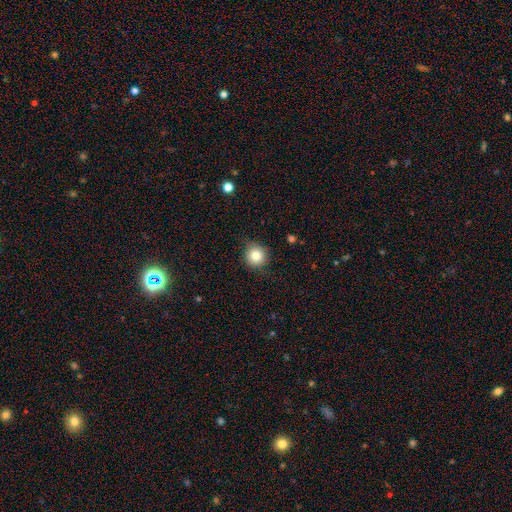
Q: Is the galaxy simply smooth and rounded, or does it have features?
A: smooth — 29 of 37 (78%).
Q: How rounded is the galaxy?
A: round — 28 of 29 (97%).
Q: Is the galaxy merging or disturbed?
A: none — 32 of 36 (89%).